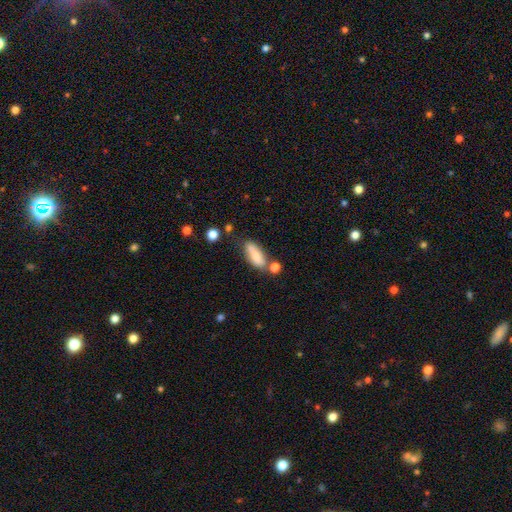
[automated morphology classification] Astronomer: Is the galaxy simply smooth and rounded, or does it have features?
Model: smooth — 72%.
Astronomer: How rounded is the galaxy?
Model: in between — 70%.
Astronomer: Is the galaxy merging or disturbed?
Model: none — 58%.